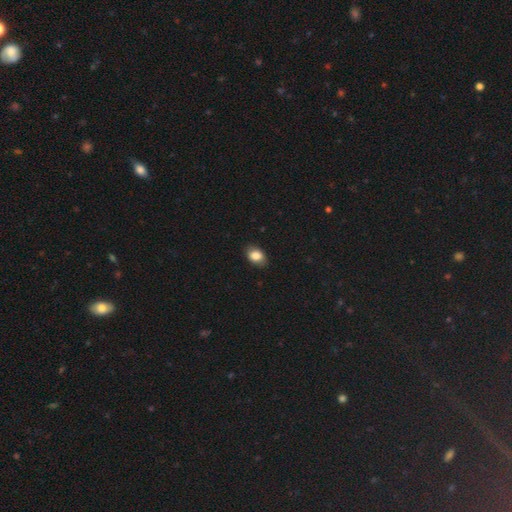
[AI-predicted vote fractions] The model was most divided on "how rounded": in between: 80%, round: 19%, cigar-shaped: 1%. More confident: smooth or featured — smooth (85%); merging — none (82%).